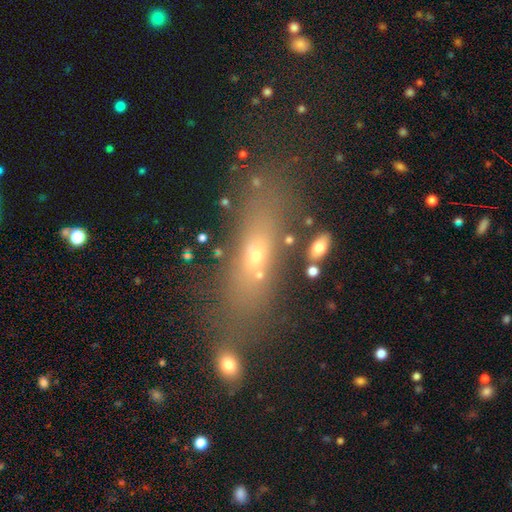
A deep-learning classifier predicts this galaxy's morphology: Q: Smooth or featured?
A: smooth (55%); runner-up: featured or disk (25%)
Q: How rounded?
A: cigar-shaped (50%); runner-up: in between (42%)
Q: Merging?
A: none (58%); runner-up: merger (16%)